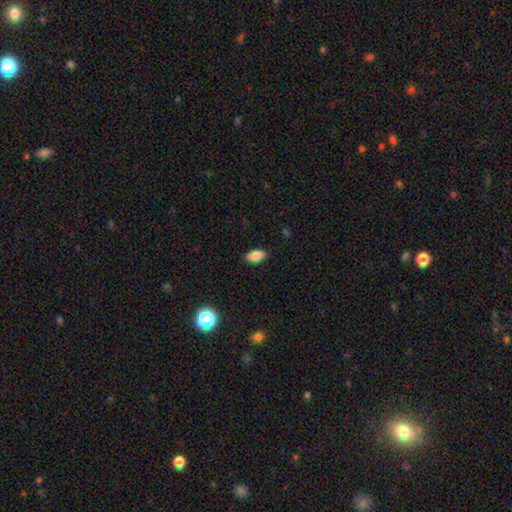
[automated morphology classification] Q: Smooth or featured?
A: smooth (86%); runner-up: star or artifact (8%)
Q: How rounded?
A: in between (91%); runner-up: cigar-shaped (5%)
Q: Merging?
A: none (88%); runner-up: minor disturbance (9%)